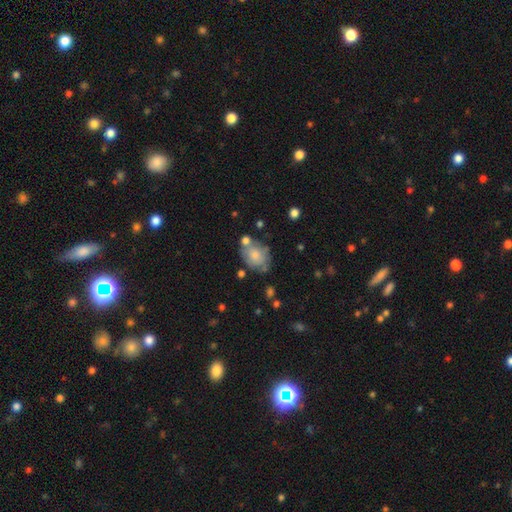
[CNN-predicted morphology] Q: Smooth or featured?
A: smooth (65%); runner-up: featured or disk (27%)
Q: How rounded?
A: in between (65%); runner-up: round (34%)
Q: Merging?
A: none (49%); runner-up: minor disturbance (25%)